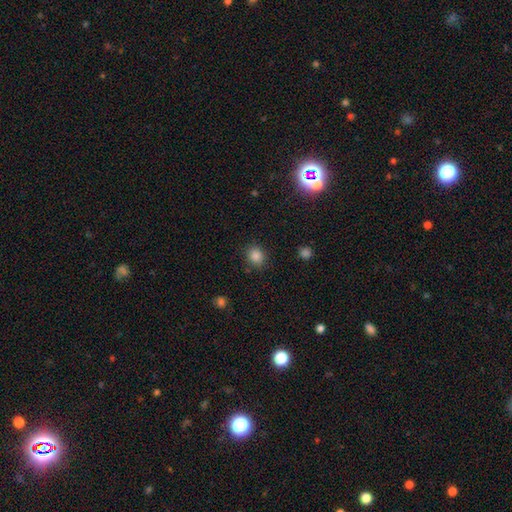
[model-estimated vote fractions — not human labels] The model was most divided on "how rounded": round: 69%, in between: 30%, cigar-shaped: 1%. More confident: smooth or featured — smooth (85%); merging — none (85%).